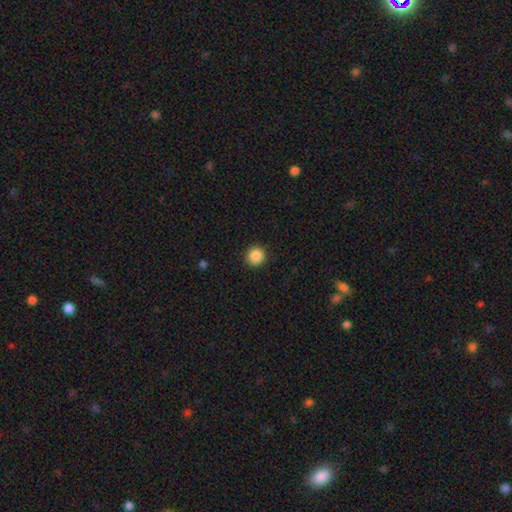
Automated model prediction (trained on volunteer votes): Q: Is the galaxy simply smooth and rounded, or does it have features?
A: smooth — 88%.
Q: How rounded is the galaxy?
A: round — 95%.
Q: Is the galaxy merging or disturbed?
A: none — 92%.